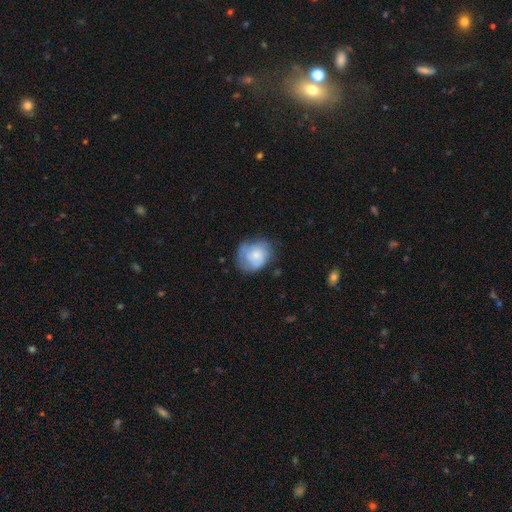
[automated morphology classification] Smooth or featured? Predicted: smooth (p=0.54). How rounded? Predicted: round (p=0.60). Merging? Predicted: none (p=0.53).